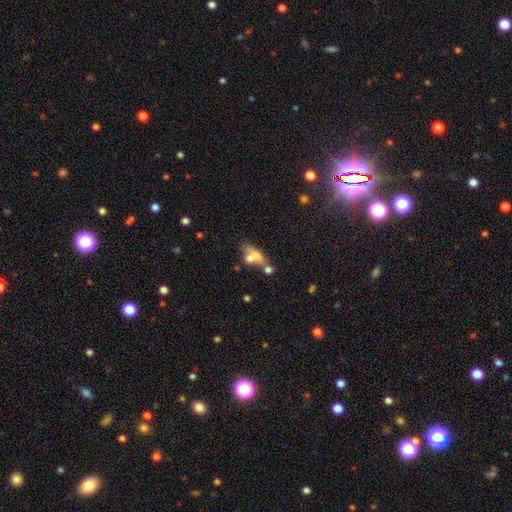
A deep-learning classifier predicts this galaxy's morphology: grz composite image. It shows a smooth galaxy with no disk features (58%) that is in between round and cigar-shaped (73%). Merging: merger (44%).